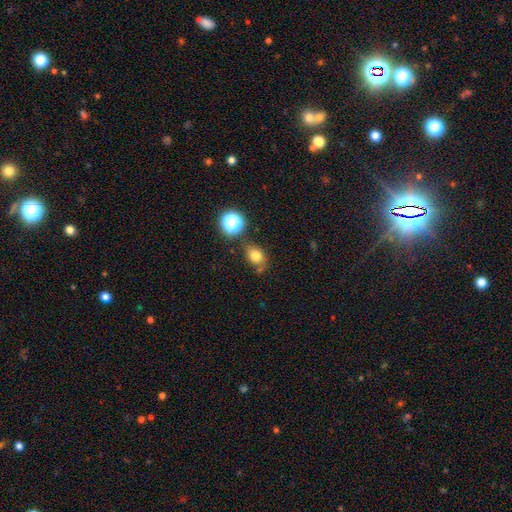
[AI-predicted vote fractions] Morphology: type=smooth (76%); roundness=in between (59%); merging=none (65%).